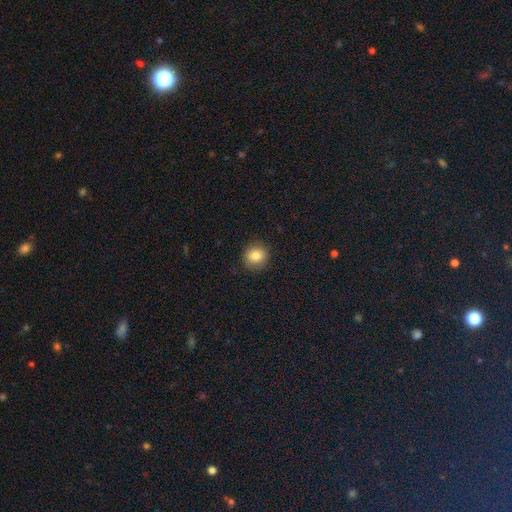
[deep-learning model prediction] A smooth galaxy with no disk features (82%) that is round (88%). Merging: none (89%).